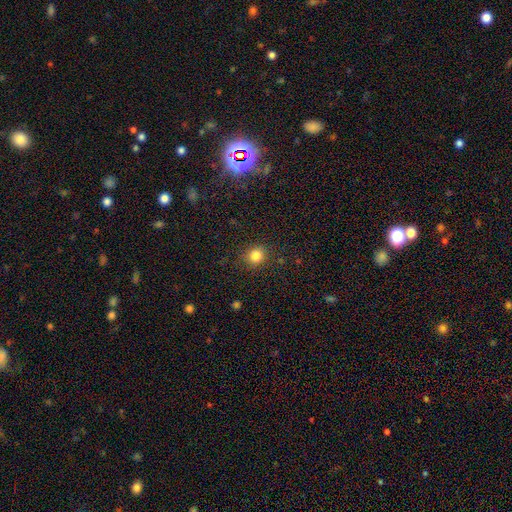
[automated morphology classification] smooth 84%, star or artifact 12%, featured or disk 5%. Down the decision tree: how rounded — round (84%); merging — none (87%).